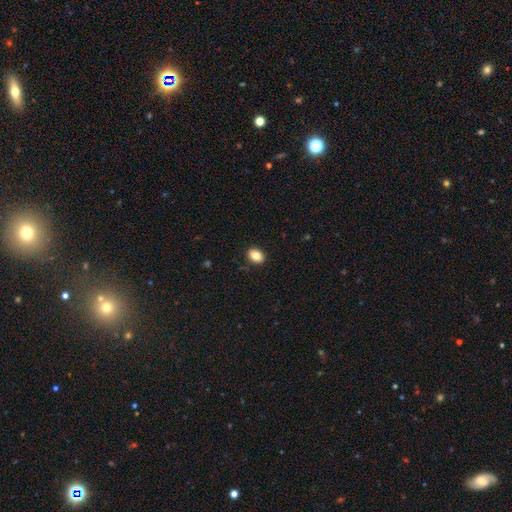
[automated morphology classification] smooth 84%, star or artifact 9%, featured or disk 7%. Down the decision tree: how rounded — in between (68%); merging — none (89%).